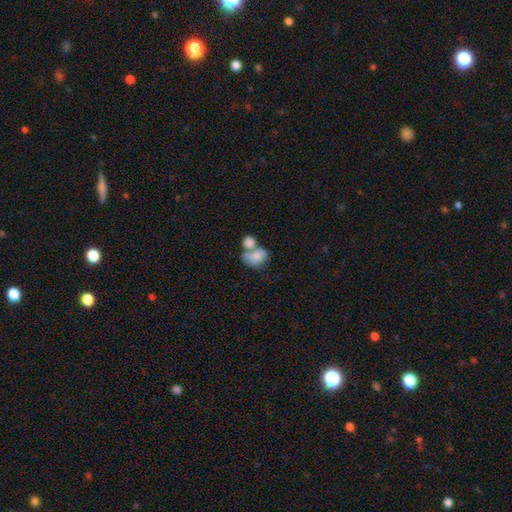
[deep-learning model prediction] Smooth or featured? smooth (71%)
How rounded? in between (63%)
Merging? merger (62%)